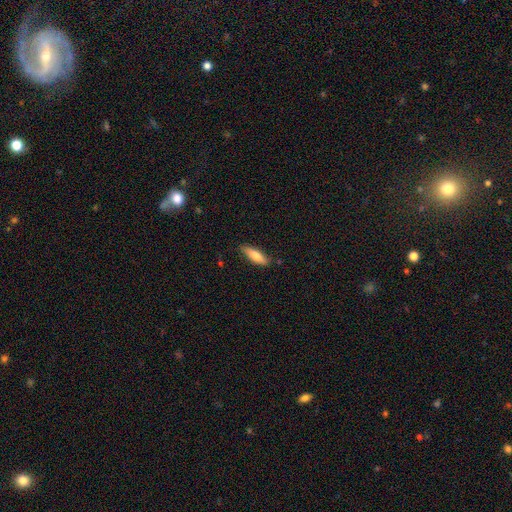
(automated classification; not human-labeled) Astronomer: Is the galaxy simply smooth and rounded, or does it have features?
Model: smooth — 73%.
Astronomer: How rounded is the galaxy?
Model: cigar-shaped — 52% (runner-up: in between, 46%).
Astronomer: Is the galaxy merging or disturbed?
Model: none — 79%.